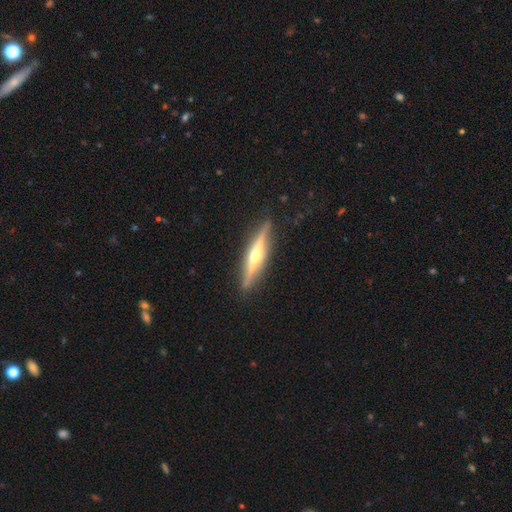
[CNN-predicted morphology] type=featured or disk (78%); edge-on=yes (97%); edge-on bulge=rounded (91%); merging=none (89%).